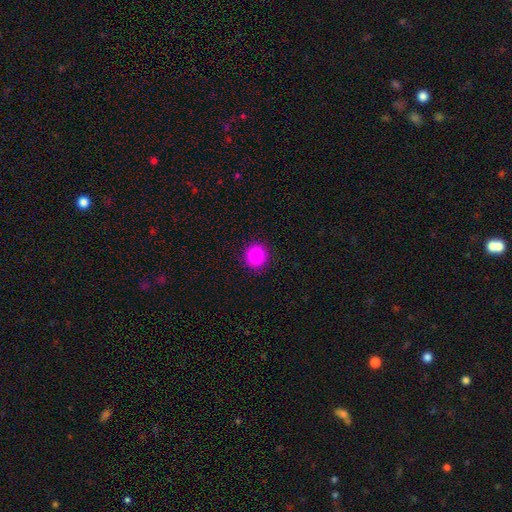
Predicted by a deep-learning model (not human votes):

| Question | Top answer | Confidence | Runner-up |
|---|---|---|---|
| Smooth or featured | smooth | 85% | star or artifact (10%) |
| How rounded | round | 91% | in between (8%) |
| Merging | none | 92% | minor disturbance (5%) |